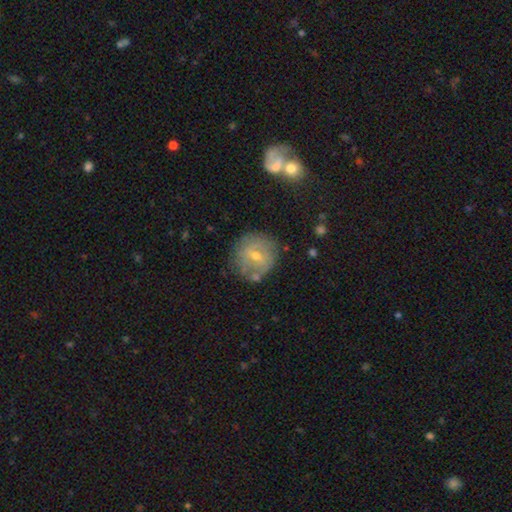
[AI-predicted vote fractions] The model was most divided on "smooth or featured": featured or disk: 46%, smooth: 43%, star or artifact: 10%. More confident: merging — none (70%).